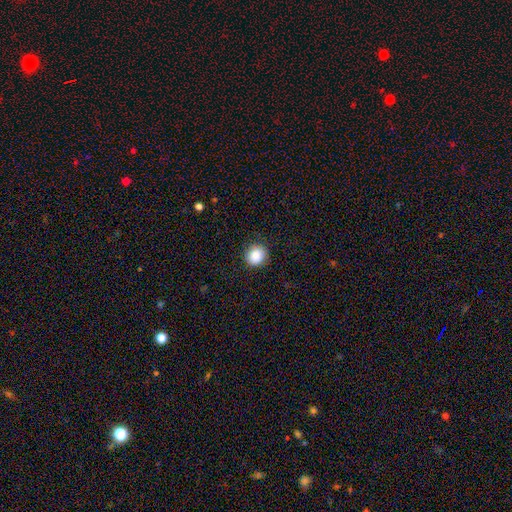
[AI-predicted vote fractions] A smooth galaxy with no disk features (88%) that is round (87%). Merging: none (89%).